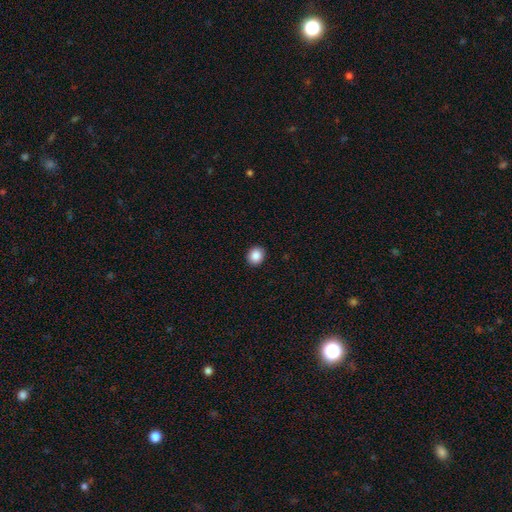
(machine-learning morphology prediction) Overall: smooth (88%). How rounded: round (80%). Merging: none (93%).